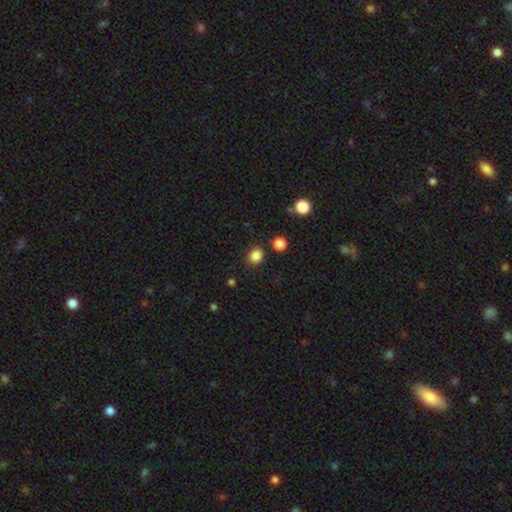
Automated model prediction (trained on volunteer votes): smooth 85%, star or artifact 11%, featured or disk 4%. Down the decision tree: how rounded — round (65%); merging — none (85%).